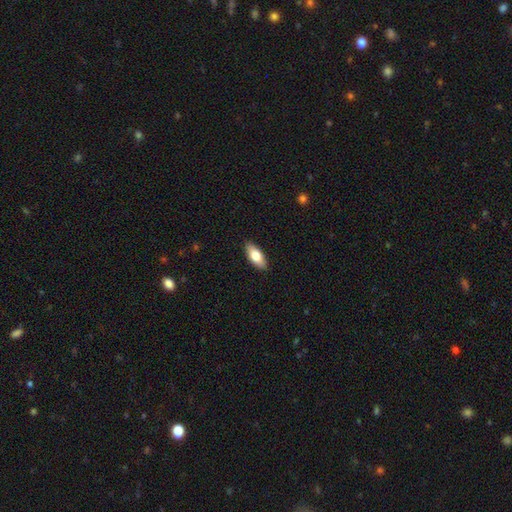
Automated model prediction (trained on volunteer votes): smooth_or_featured: smooth (p=0.77) [alt: featured or disk p=0.17]
how_rounded: in between (p=0.82) [alt: cigar-shaped p=0.15]
merging: none (p=0.89) [alt: minor disturbance p=0.08]